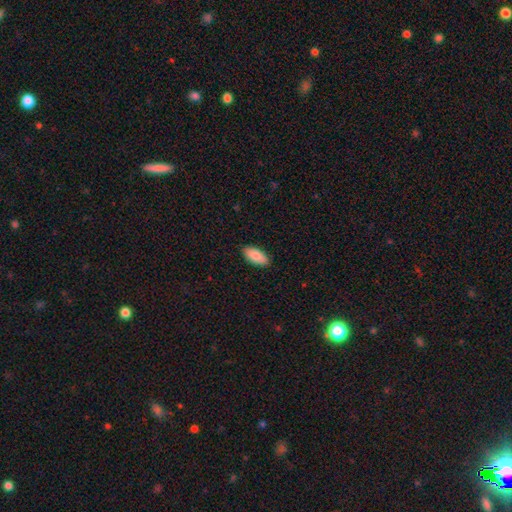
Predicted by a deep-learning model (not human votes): smooth-or-featured: smooth: 87% | featured or disk: 7% | star or artifact: 6%
  how-rounded: in between: 91% | cigar-shaped: 7% | round: 2%
  merging: none: 89% | minor disturbance: 8% | major disturbance: 2% | merger: 1%